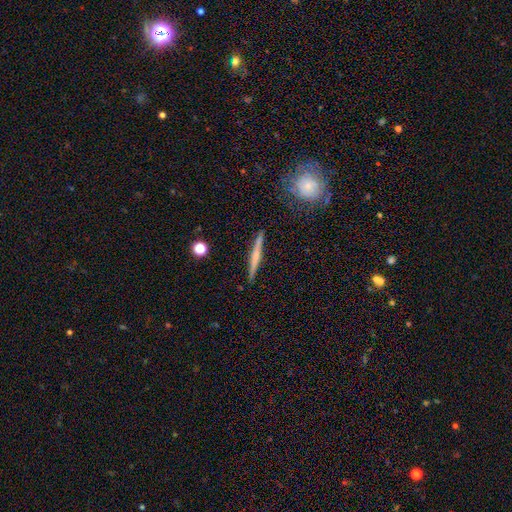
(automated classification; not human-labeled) The model was most divided on "edge-on bulge": rounded: 45%, none: 43%, boxy: 12%. More confident: edge-on disk — yes (97%); merging — none (89%); smooth or featured — featured or disk (61%).